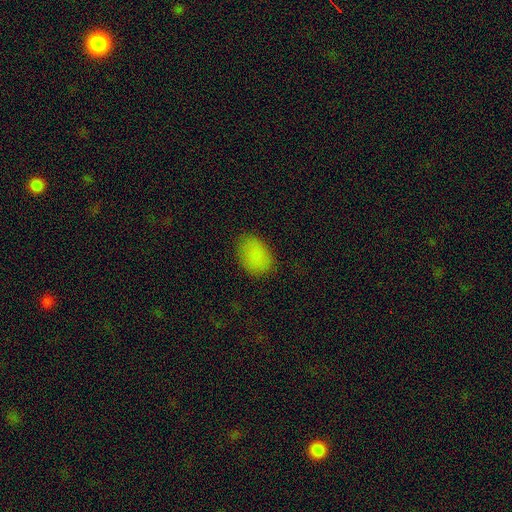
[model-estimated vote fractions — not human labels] The model was most divided on "merging": none: 78%, minor disturbance: 17%, major disturbance: 4%, merger: 1%. More confident: smooth or featured — smooth (84%); how rounded — in between (82%).